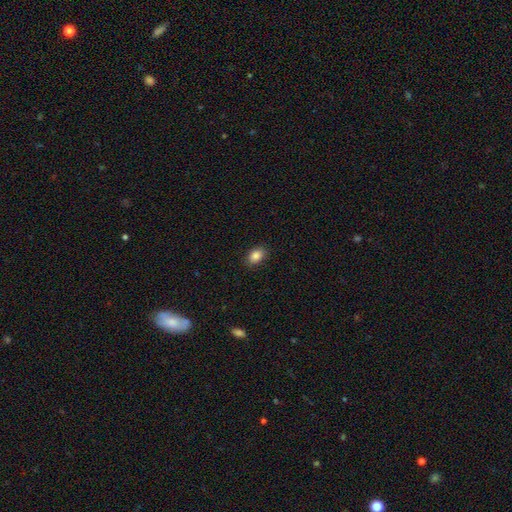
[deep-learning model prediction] smooth-or-featured: smooth: 87% | star or artifact: 8% | featured or disk: 5%
  how-rounded: in between: 80% | round: 18% | cigar-shaped: 1%
  merging: none: 88% | minor disturbance: 9% | major disturbance: 2% | merger: 1%